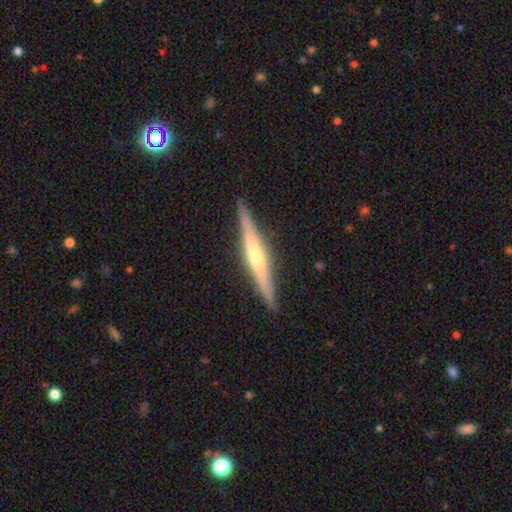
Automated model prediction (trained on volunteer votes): Morphology: type=featured or disk (69%); edge-on=yes (97%); edge-on bulge=rounded (70%); merging=none (89%).